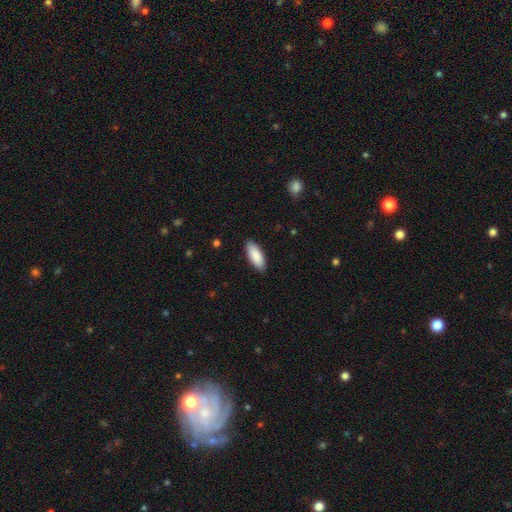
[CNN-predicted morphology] A smooth galaxy with no disk features (89%) that is in between round and cigar-shaped (77%).

Vote fractions:
- Smooth or featured? smooth: 89% / featured or disk: 6% / star or artifact: 5%
- How rounded? in between: 77% / cigar-shaped: 22% / round: 1%
- Merging? none: 89% / minor disturbance: 9% / major disturbance: 2% / merger: 1%